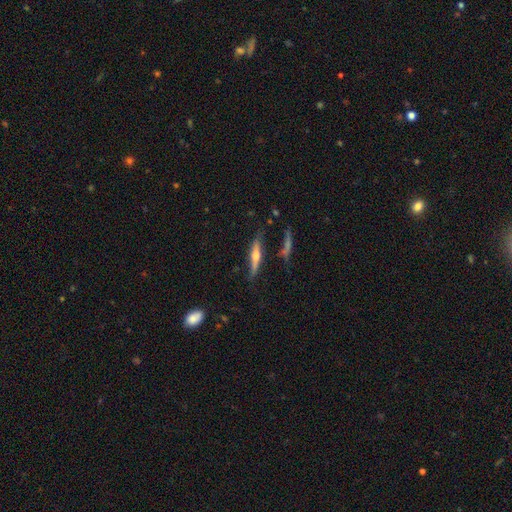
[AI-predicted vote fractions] The model was most divided on "smooth or featured": featured or disk: 63%, smooth: 31%, star or artifact: 6%. More confident: edge-on disk — yes (93%); edge-on bulge — rounded (89%); merging — none (70%).